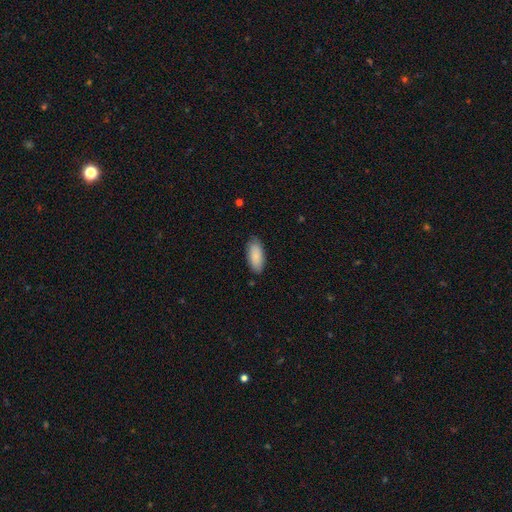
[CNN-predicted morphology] Smooth or featured: smooth — 87% (featured or disk — 8%)
How rounded: in between — 87% (cigar-shaped — 12%)
Merging: none — 83% (minor disturbance — 14%)